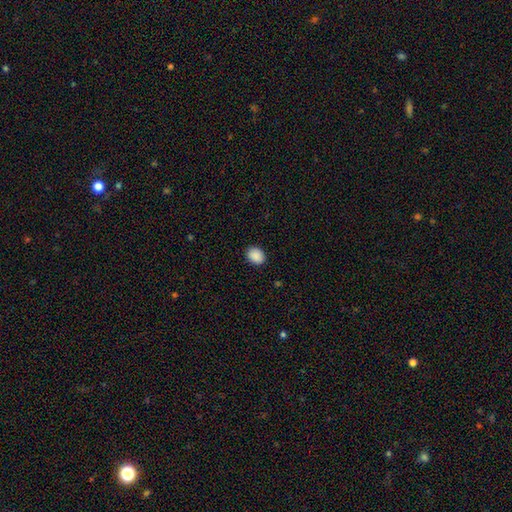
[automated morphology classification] type=smooth (90%); roundness=in between (59%); merging=none (89%).